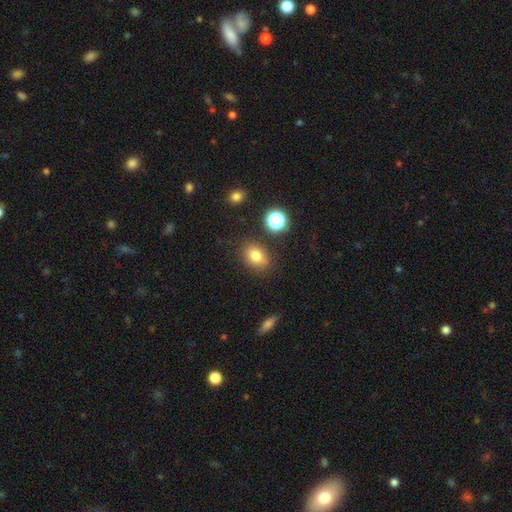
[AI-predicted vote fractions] This is likely a smooth galaxy (78%). How rounded: likely in between (67%). Merging: likely none (79%).